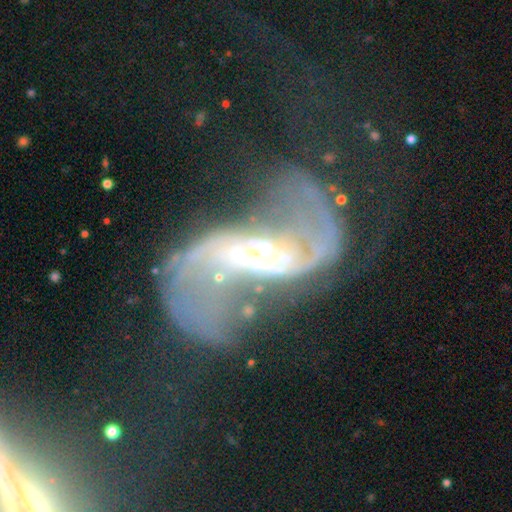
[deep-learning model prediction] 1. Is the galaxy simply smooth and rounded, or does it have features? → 84% featured or disk, 8% star or artifact, 8% smooth.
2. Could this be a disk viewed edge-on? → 95% no, 5% yes.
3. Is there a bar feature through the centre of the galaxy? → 37% weak, 36% no, 27% strong.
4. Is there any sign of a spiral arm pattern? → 87% yes, 13% no.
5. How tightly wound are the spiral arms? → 74% loose, 19% medium, 7% tight.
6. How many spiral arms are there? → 85% 2, 6% can't tell, 5% 1, 2% 3, 2% 4, 2% more than 4.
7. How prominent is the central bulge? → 58% small, 29% moderate, 7% none, 4% large, 2% dominant.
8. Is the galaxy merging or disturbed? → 39% major disturbance, 27% none, 21% merger, 12% minor disturbance.